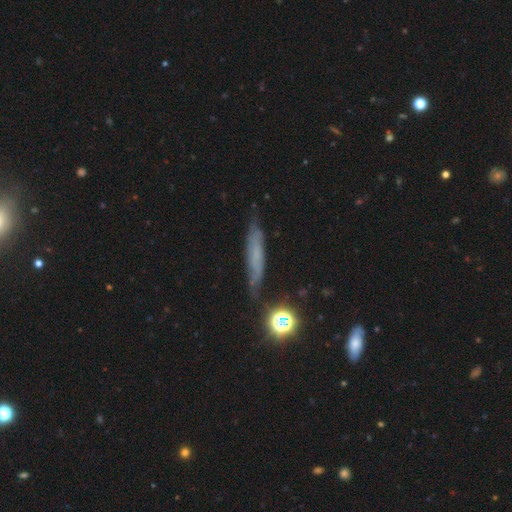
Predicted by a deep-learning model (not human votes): Morphology: type=smooth (44%); merging=none (69%).